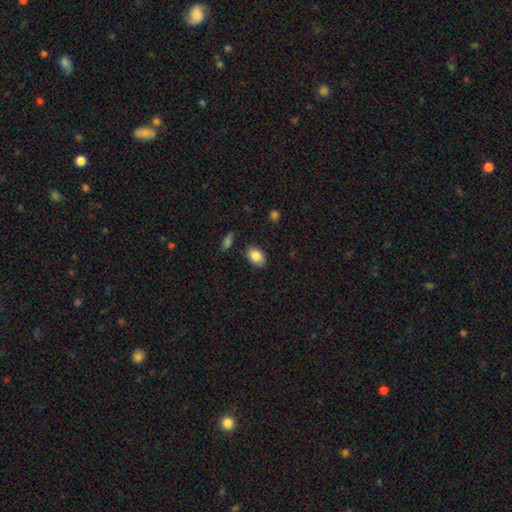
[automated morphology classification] This is clearly a smooth galaxy (85%). How rounded: clearly in between (84%). Merging: clearly none (85%).